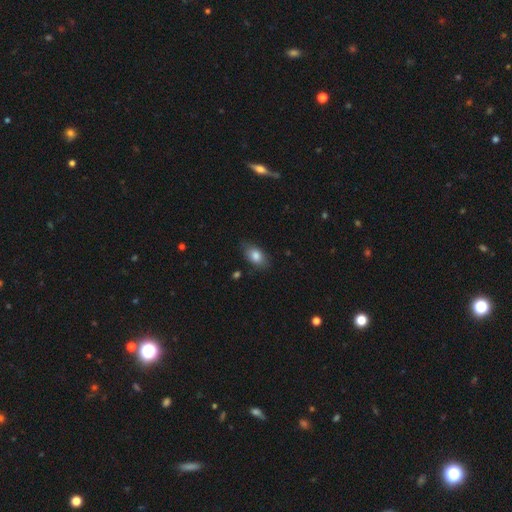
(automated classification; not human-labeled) This is clearly a smooth galaxy (82%). How rounded: clearly in between (88%). Merging: likely none (79%).